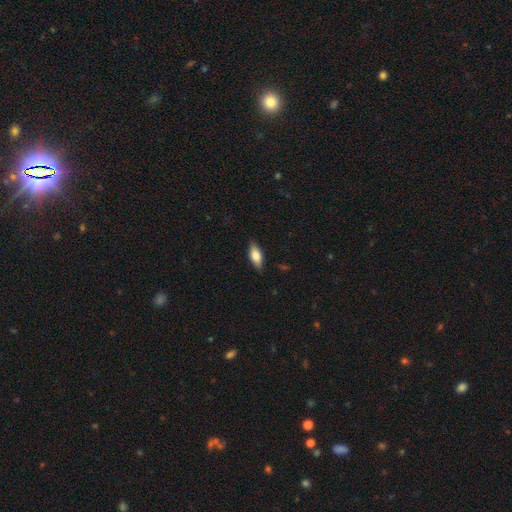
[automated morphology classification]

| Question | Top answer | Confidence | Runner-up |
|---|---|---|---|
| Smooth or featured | smooth | 76% | featured or disk (18%) |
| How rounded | in between | 81% | cigar-shaped (17%) |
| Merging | none | 84% | minor disturbance (13%) |